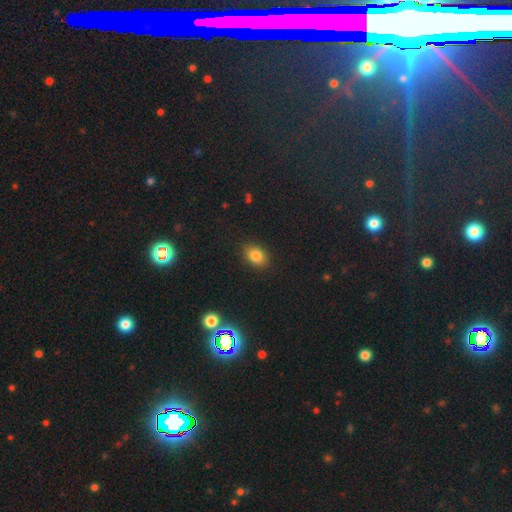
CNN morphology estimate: smooth_or_featured: smooth (p=0.82) [alt: star or artifact p=0.11]
how_rounded: in between (p=0.72) [alt: round p=0.27]
merging: none (p=0.88) [alt: minor disturbance p=0.09]